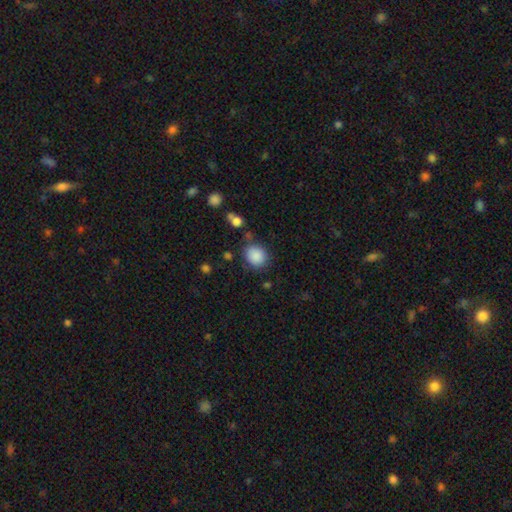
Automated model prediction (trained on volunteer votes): Morphology: type=smooth (87%); roundness=round (72%); merging=none (76%).